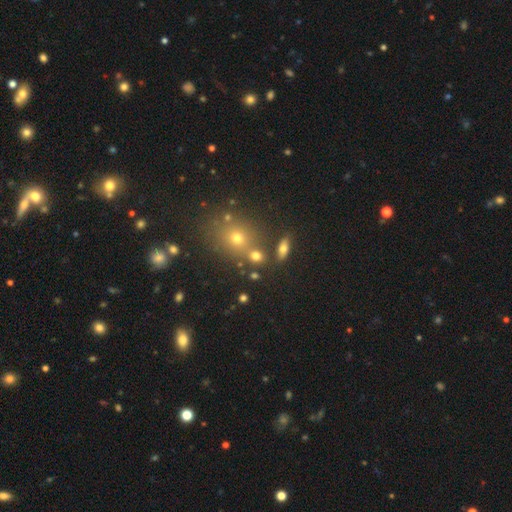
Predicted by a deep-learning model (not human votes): smooth 69%, star or artifact 17%, featured or disk 14%. Down the decision tree: how rounded — round (56%); merging — none (67%).